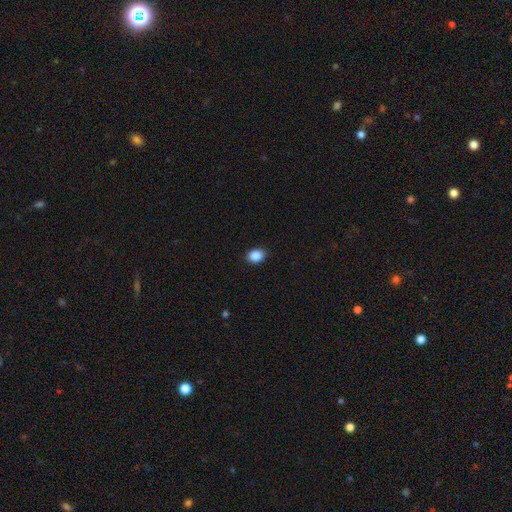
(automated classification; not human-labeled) This is clearly a smooth galaxy (88%). How rounded: likely in between (64%). Merging: clearly none (90%).